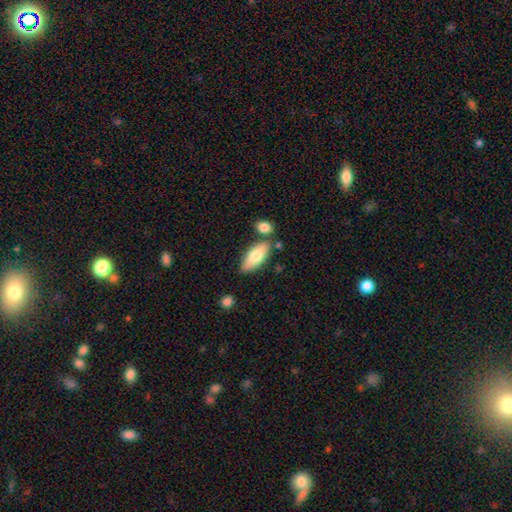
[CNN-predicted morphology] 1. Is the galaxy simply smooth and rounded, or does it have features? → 75% smooth, 20% featured or disk, 6% star or artifact.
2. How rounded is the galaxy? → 77% in between, 21% cigar-shaped, 2% round.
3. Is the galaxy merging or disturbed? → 71% none, 14% minor disturbance, 12% merger, 3% major disturbance.